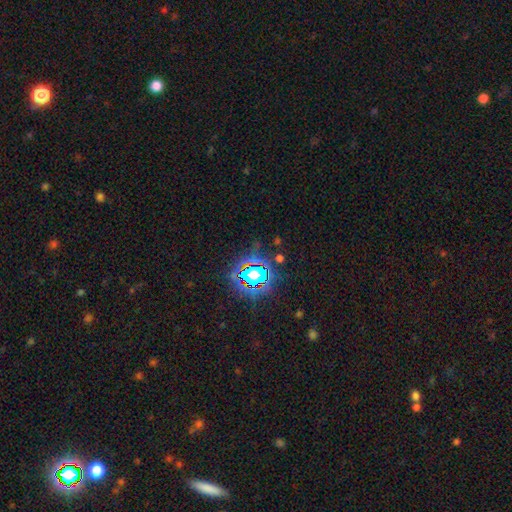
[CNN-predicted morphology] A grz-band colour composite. It shows a star or artifact, not a galaxy (82%).